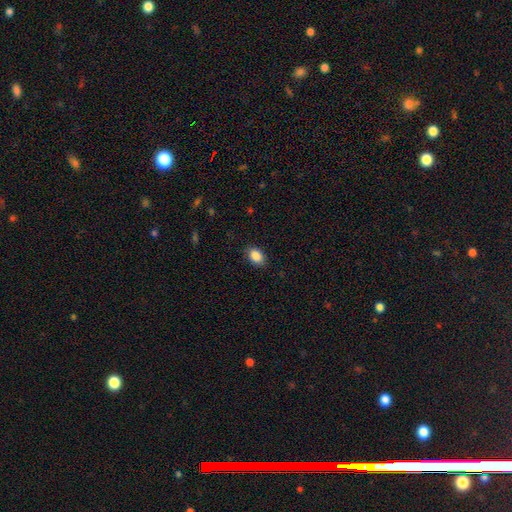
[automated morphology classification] A smooth galaxy with no disk features (88%) that is in between round and cigar-shaped (83%). Merging: none (86%).